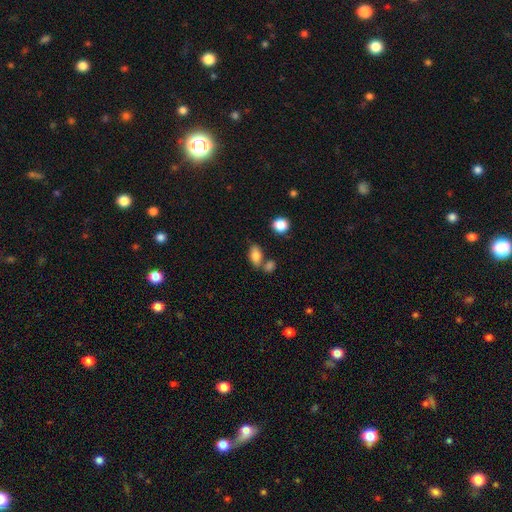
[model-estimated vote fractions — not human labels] Q: Smooth or featured?
A: smooth (81%); runner-up: featured or disk (10%)
Q: How rounded?
A: in between (87%); runner-up: round (9%)
Q: Merging?
A: none (57%); runner-up: merger (23%)